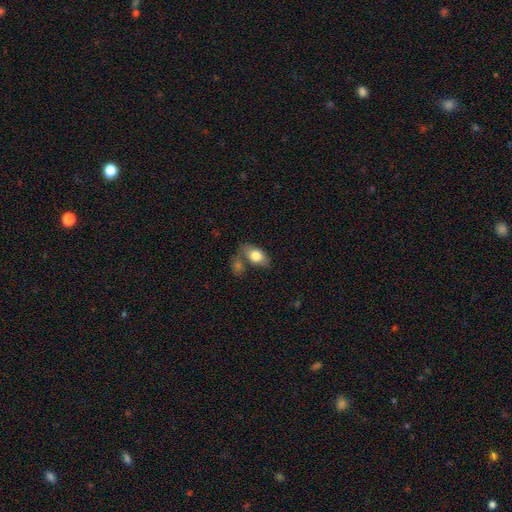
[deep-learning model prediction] Smooth or featured? smooth (78%)
How rounded? in between (86%)
Merging? none (42%)